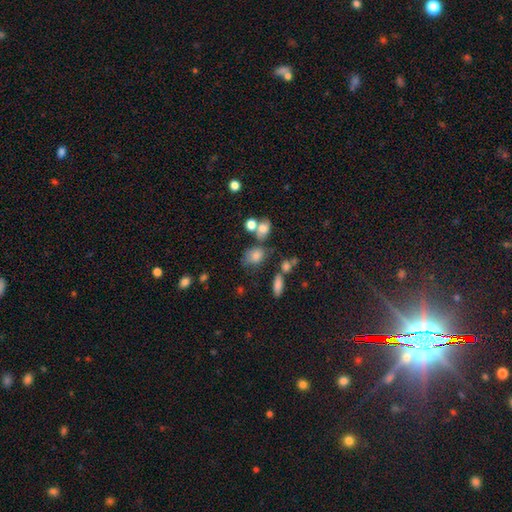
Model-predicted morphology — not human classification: A smooth galaxy with no disk features (76%) that is in between round and cigar-shaped (63%).

Vote fractions:
- Smooth or featured? smooth: 76% / star or artifact: 13% / featured or disk: 11%
- How rounded? in between: 63% / round: 35% / cigar-shaped: 2%
- Merging? none: 44% / merger: 23% / minor disturbance: 21% / major disturbance: 12%